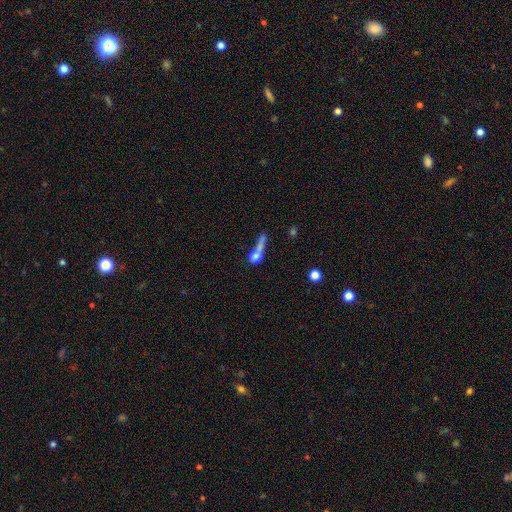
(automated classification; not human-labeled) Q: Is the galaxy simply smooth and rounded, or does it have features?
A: smooth — 62%.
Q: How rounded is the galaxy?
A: round — 35%.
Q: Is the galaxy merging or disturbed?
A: merger — 42%.